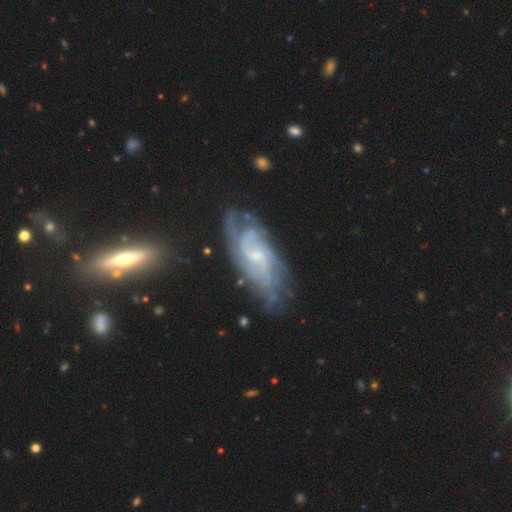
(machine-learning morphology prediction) Smooth or featured? Predicted: featured or disk (p=0.85). Edge-on disk? Predicted: no (p=0.92). Bar? Predicted: no (p=0.48). Spiral arms? Predicted: yes (p=0.95). Spiral winding? Predicted: tight (p=0.48). Spiral arm count? Predicted: 2 (p=0.36). Bulge size? Predicted: small (p=0.66). Merging? Predicted: none (p=0.66).